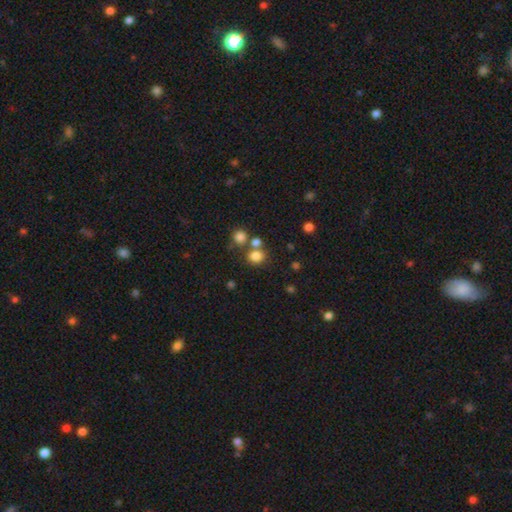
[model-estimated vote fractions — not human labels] smooth 78%, star or artifact 15%, featured or disk 7%. Down the decision tree: how rounded — round (76%); merging — none (60%).